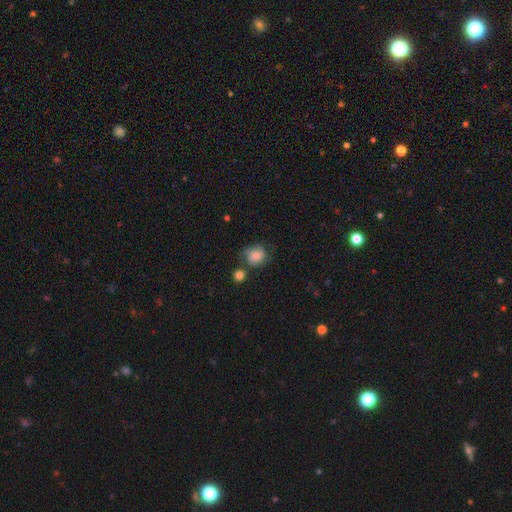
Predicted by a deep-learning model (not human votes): Q: Smooth or featured?
A: smooth (74%); runner-up: featured or disk (17%)
Q: How rounded?
A: round (72%); runner-up: in between (27%)
Q: Merging?
A: none (58%); runner-up: minor disturbance (23%)